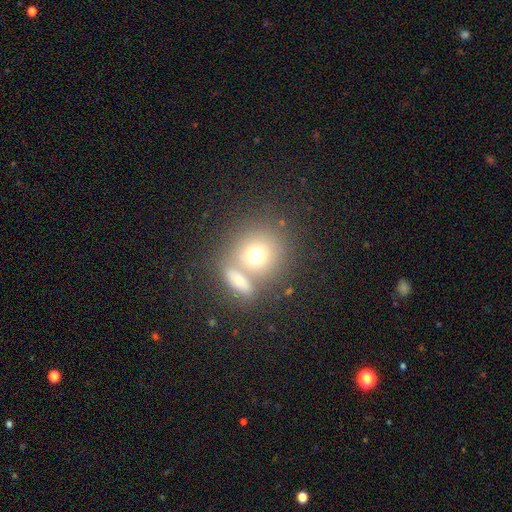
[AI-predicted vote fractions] Smooth or featured?
  - smooth: 69% *
  - featured or disk: 20%
  - star or artifact: 11%
How rounded?
  - round: 81% *
  - in between: 17%
  - cigar-shaped: 2%
Merging?
  - none: 48% *
  - merger: 39%
  - minor disturbance: 8%
  - major disturbance: 4%